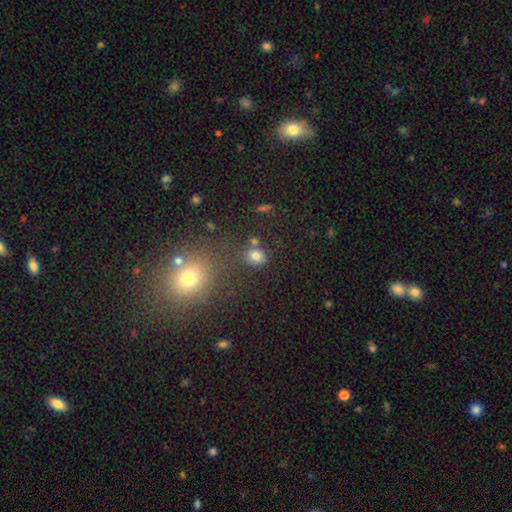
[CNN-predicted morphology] A smooth galaxy with no disk features (78%) that is round (64%).

Vote fractions:
- Smooth or featured? smooth: 78% / star or artifact: 15% / featured or disk: 7%
- How rounded? round: 64% / in between: 35% / cigar-shaped: 1%
- Merging? none: 69% / minor disturbance: 13% / merger: 13% / major disturbance: 5%